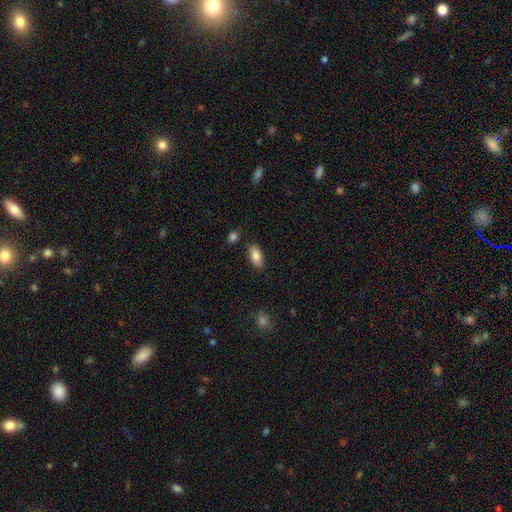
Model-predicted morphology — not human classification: type=smooth (85%); roundness=in between (88%); merging=none (86%).